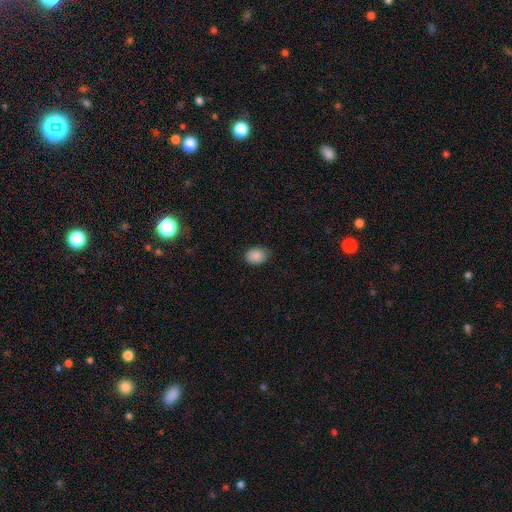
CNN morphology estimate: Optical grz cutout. It shows a smooth galaxy with no disk features (87%) that is in between round and cigar-shaped (62%). Merging: none (81%).